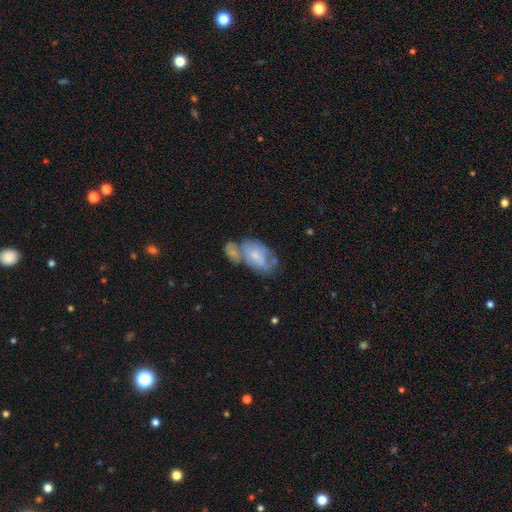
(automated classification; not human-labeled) Smooth or featured? Predicted: smooth (p=0.51). How rounded? Predicted: in between (p=0.90). Merging? Predicted: merger (p=0.46).